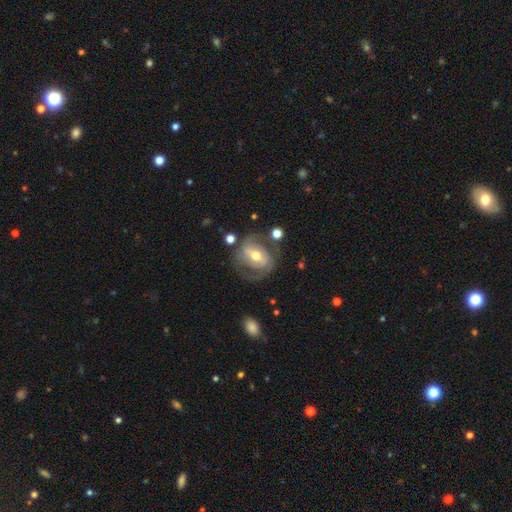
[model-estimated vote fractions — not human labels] Smooth or featured: featured or disk — 72% (smooth — 21%)
Edge-on disk: no — 95% (yes — 5%)
Bar: strong — 43% (weak — 36%)
Spiral arms: yes — 75% (no — 25%)
Spiral winding: medium — 43% (tight — 36%)
Spiral arm count: 2 — 72% (can't tell — 17%)
Bulge size: moderate — 69% (small — 23%)
Merging: none — 61% (minor disturbance — 19%)